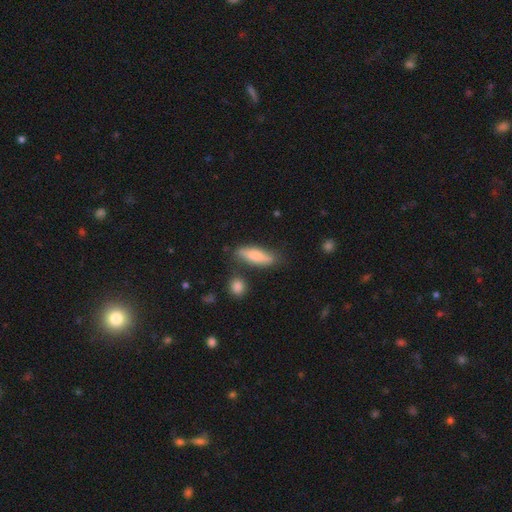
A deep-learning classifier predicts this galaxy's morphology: smooth 75%, featured or disk 19%, star or artifact 6%. Down the decision tree: how rounded — cigar-shaped (53%); merging — none (73%).